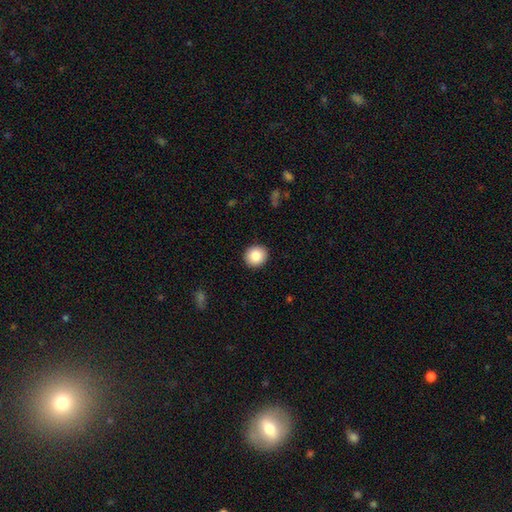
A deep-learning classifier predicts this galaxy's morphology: Smooth or featured?
  - smooth: 86% *
  - star or artifact: 8%
  - featured or disk: 6%
How rounded?
  - round: 87% *
  - in between: 12%
  - cigar-shaped: 1%
Merging?
  - none: 92% *
  - minor disturbance: 6%
  - major disturbance: 2%
  - merger: 1%